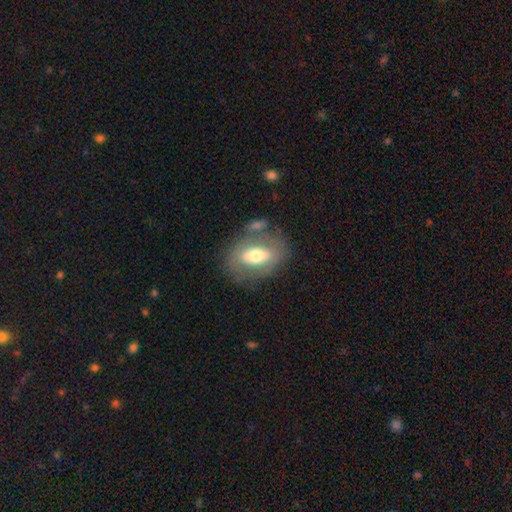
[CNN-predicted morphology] smooth 47%, featured or disk 46%, star or artifact 7%. Down the decision tree: merging — none (65%).